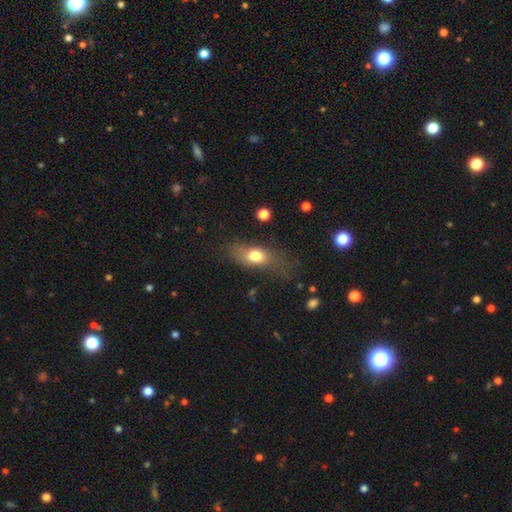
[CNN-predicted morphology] smooth 72%, featured or disk 19%, star or artifact 9%. Down the decision tree: how rounded — in between (75%); merging — none (52%).